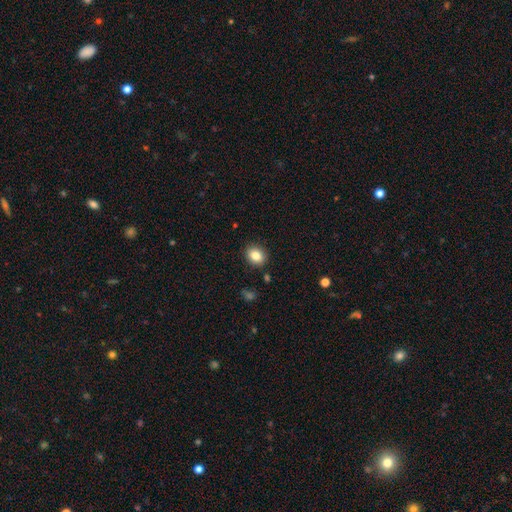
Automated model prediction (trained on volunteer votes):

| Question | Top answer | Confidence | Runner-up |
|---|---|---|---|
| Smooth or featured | smooth | 85% | star or artifact (9%) |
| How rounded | round | 50% | in between (49%) |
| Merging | none | 88% | minor disturbance (8%) |